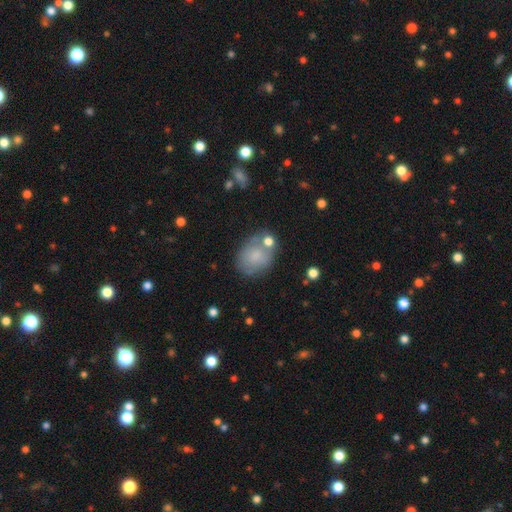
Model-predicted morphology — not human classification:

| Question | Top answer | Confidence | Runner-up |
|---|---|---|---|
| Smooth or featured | smooth | 70% | featured or disk (22%) |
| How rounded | in between | 57% | round (42%) |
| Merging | none | 56% | minor disturbance (21%) |